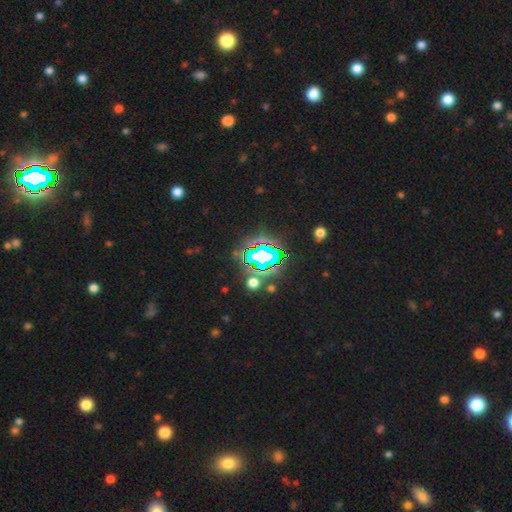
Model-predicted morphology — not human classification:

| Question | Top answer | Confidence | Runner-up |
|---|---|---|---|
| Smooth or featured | star or artifact | 71% | smooth (17%) |